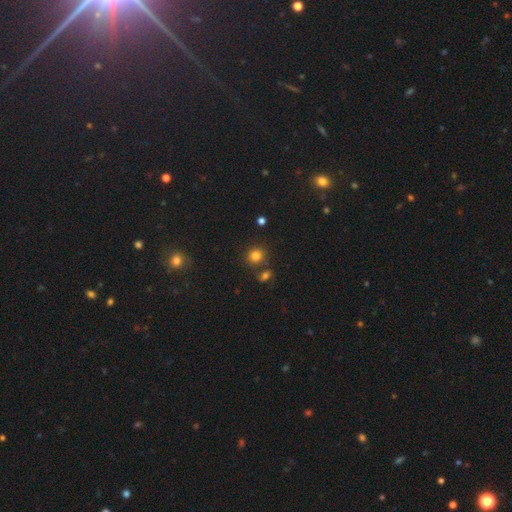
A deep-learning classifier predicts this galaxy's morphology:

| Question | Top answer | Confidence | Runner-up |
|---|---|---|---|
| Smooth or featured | smooth | 79% | star or artifact (14%) |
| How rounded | round | 82% | in between (17%) |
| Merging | none | 73% | merger (14%) |